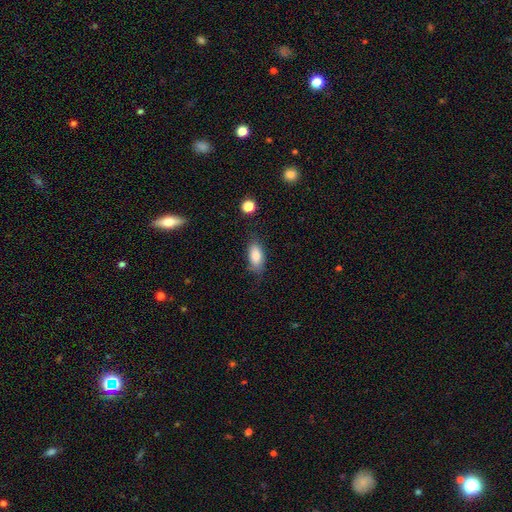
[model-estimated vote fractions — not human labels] Q: Smooth or featured?
A: smooth (85%); runner-up: featured or disk (8%)
Q: How rounded?
A: in between (88%); runner-up: cigar-shaped (9%)
Q: Merging?
A: none (72%); runner-up: minor disturbance (21%)